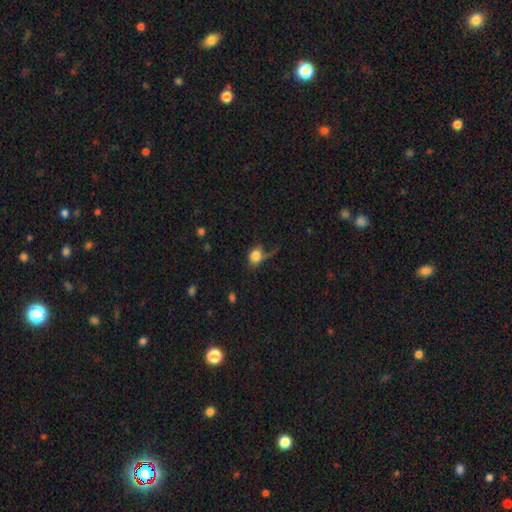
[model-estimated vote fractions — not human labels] Overall: smooth (79%). How rounded: round (53%; in between 45%). Merging: none (38%; major disturbance 29%).